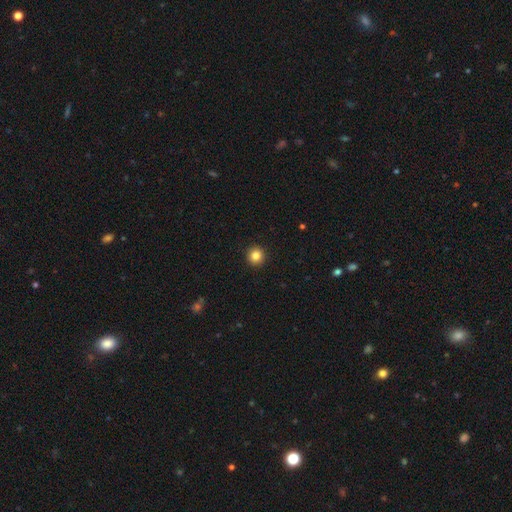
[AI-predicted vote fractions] Q: Smooth or featured?
A: smooth (84%); runner-up: star or artifact (11%)
Q: How rounded?
A: round (94%); runner-up: in between (5%)
Q: Merging?
A: none (93%); runner-up: minor disturbance (4%)